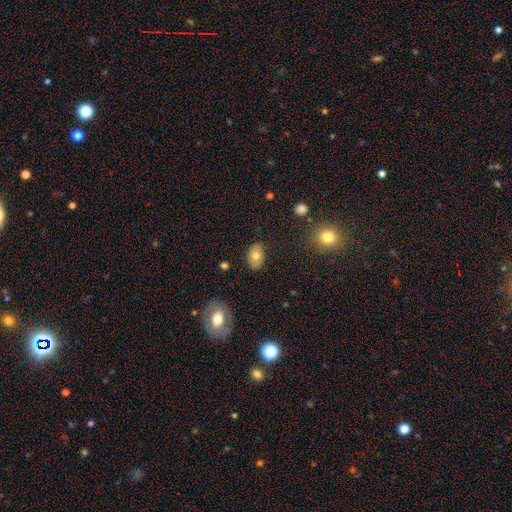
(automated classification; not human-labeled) Morphology: type=smooth (75%); roundness=in between (88%); merging=none (85%).